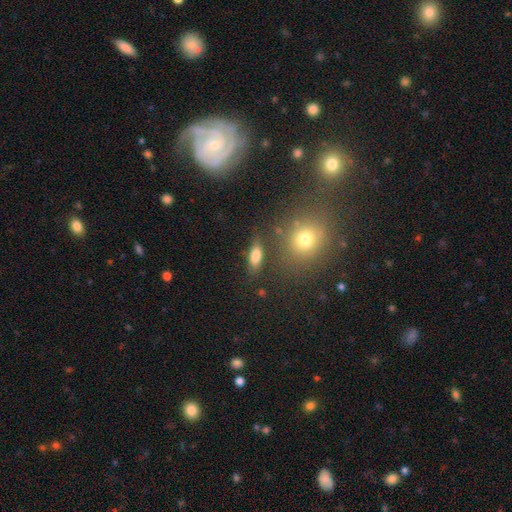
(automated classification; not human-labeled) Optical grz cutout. It shows a smooth galaxy with no disk features (80%) that is in between round and cigar-shaped (71%). Merging: none (74%).